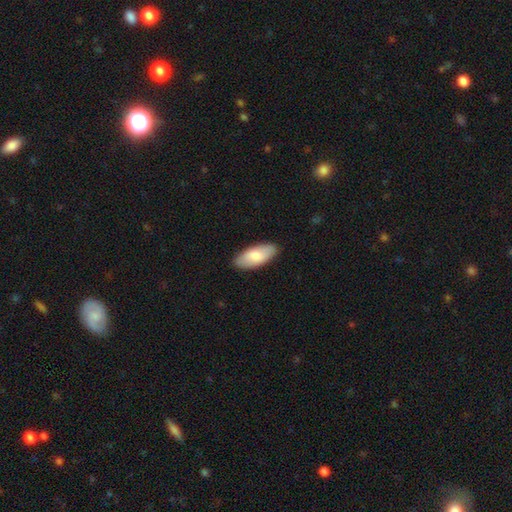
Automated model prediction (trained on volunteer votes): This is likely a smooth galaxy (79%). How rounded: clearly in between (87%). Merging: clearly none (87%).